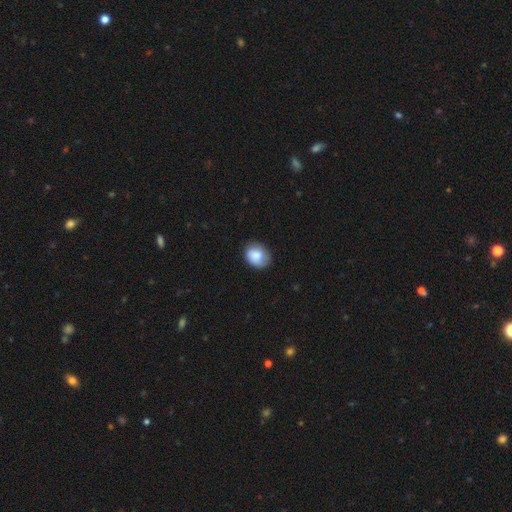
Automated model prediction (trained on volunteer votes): Smooth or featured: smooth — 81% (featured or disk — 11%)
How rounded: round — 50% (in between — 49%)
Merging: none — 73% (minor disturbance — 21%)